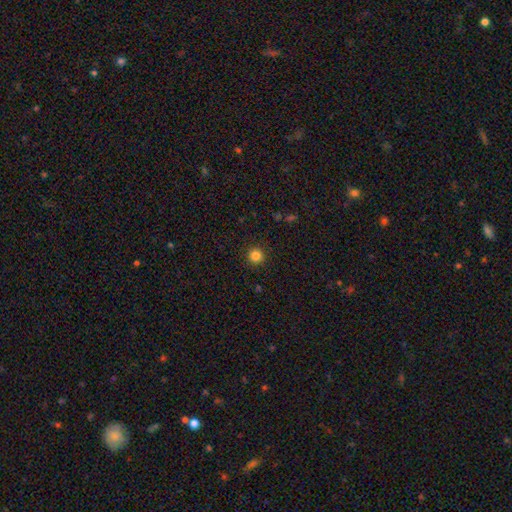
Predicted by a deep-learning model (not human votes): This is clearly a smooth galaxy (84%). How rounded: clearly round (95%). Merging: clearly none (92%).